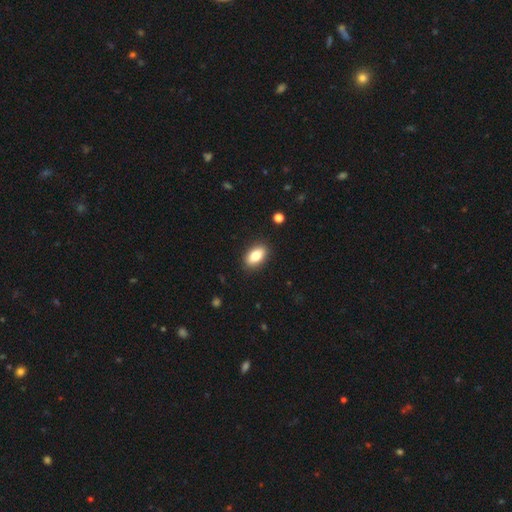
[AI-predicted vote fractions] Q: Smooth or featured?
A: smooth (80%); runner-up: featured or disk (13%)
Q: How rounded?
A: in between (89%); runner-up: round (7%)
Q: Merging?
A: none (89%); runner-up: minor disturbance (8%)